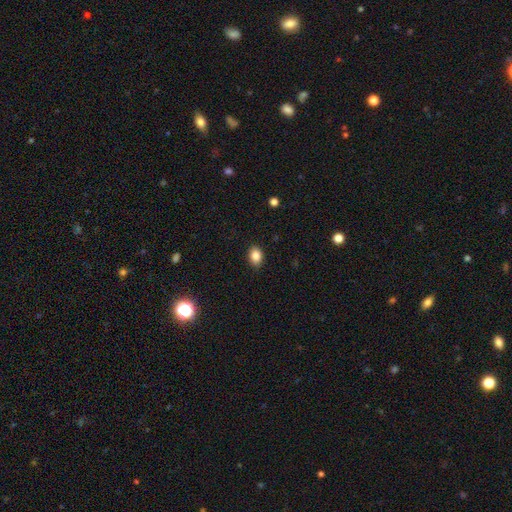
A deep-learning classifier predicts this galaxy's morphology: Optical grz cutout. It shows a smooth galaxy with no disk features (86%) that is in between round and cigar-shaped (76%). Merging: none (87%).